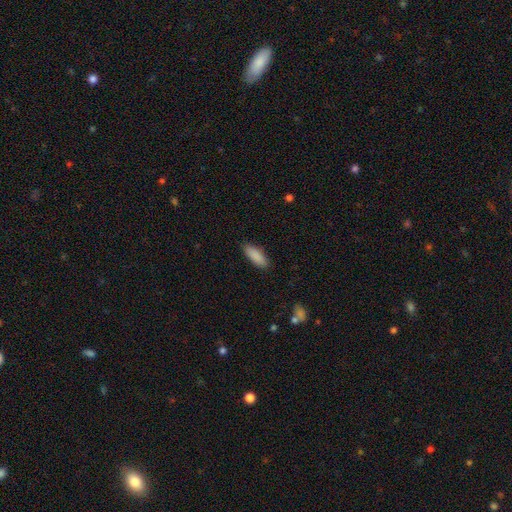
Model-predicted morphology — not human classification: A smooth galaxy with no disk features (89%) that is in between round and cigar-shaped (63%). Merging: none (88%).